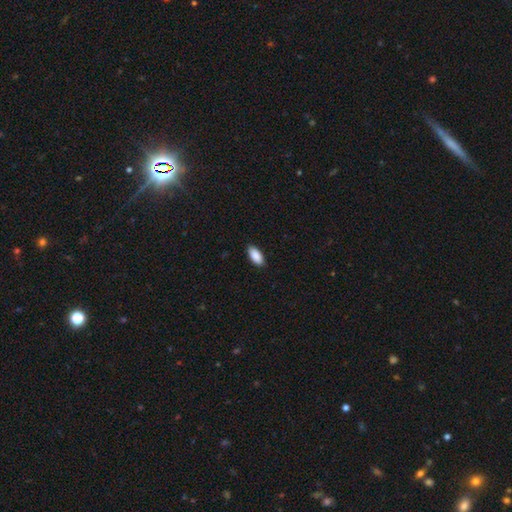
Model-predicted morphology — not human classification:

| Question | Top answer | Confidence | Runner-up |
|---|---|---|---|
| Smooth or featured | smooth | 90% | star or artifact (6%) |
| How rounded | in between | 90% | cigar-shaped (8%) |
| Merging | none | 87% | minor disturbance (11%) |